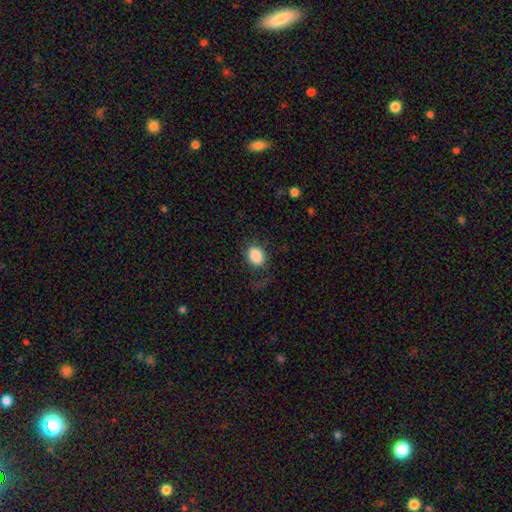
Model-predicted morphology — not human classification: type=smooth (87%); roundness=in between (67%); merging=none (75%).